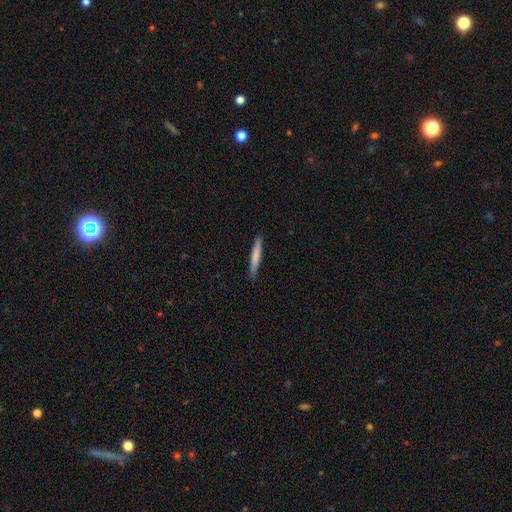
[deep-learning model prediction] Smooth or featured?
  - smooth: 73% *
  - featured or disk: 22%
  - star or artifact: 5%
How rounded?
  - cigar-shaped: 96% *
  - in between: 3%
  - round: 1%
Merging?
  - none: 91% *
  - minor disturbance: 7%
  - major disturbance: 1%
  - merger: 1%